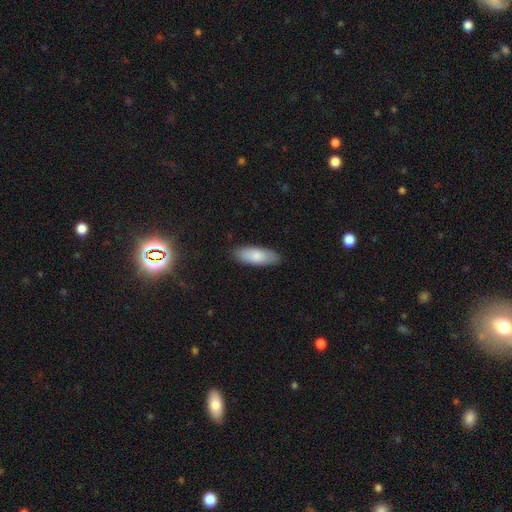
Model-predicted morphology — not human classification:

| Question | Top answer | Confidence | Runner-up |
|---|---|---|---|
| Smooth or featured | smooth | 83% | featured or disk (11%) |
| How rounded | in between | 71% | cigar-shaped (27%) |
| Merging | none | 86% | minor disturbance (11%) |